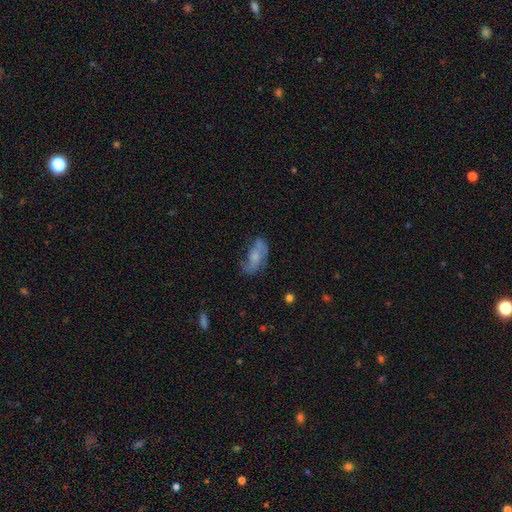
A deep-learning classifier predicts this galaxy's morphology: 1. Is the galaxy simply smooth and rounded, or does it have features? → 55% featured or disk, 36% smooth, 9% star or artifact.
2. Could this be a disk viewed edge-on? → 92% no, 8% yes.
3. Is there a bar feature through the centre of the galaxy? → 68% no, 26% weak, 6% strong.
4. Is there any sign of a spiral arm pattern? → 76% yes, 24% no.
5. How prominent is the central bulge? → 42% small, 39% moderate, 12% none, 5% large, 1% dominant.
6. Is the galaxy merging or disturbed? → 54% none, 26% minor disturbance, 17% major disturbance, 3% merger.